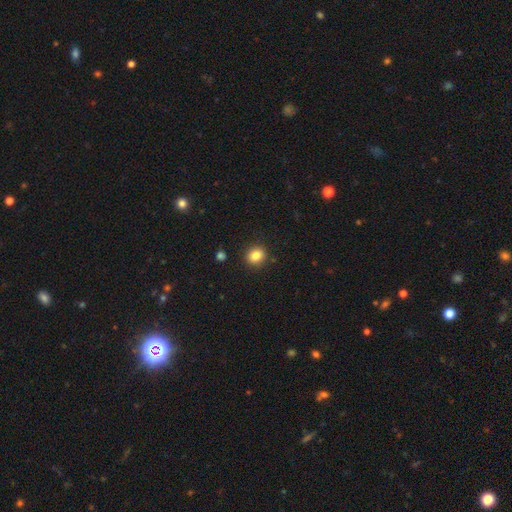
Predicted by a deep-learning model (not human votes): Smooth or featured?
  - smooth: 84% *
  - star or artifact: 11%
  - featured or disk: 6%
How rounded?
  - round: 73% *
  - in between: 26%
  - cigar-shaped: 1%
Merging?
  - none: 89% *
  - minor disturbance: 7%
  - major disturbance: 2%
  - merger: 2%